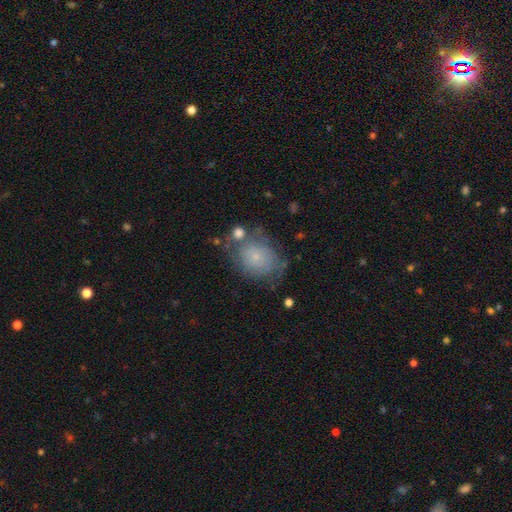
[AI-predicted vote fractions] Morphology: type=smooth (54%); roundness=round (57%); merging=none (49%).